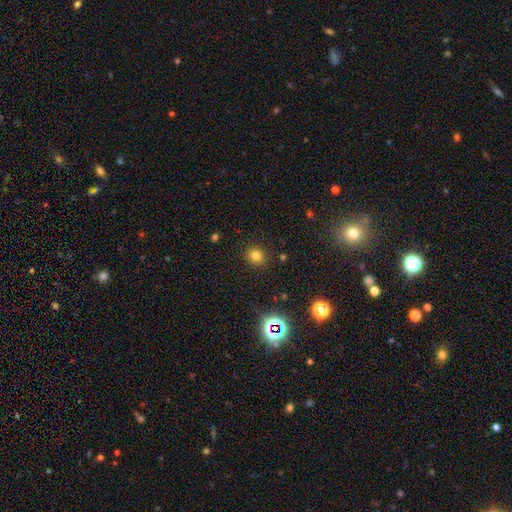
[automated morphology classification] A smooth galaxy with no disk features (77%) that is round (83%).

Vote fractions:
- Smooth or featured? smooth: 77% / star or artifact: 17% / featured or disk: 6%
- How rounded? round: 83% / in between: 16% / cigar-shaped: 1%
- Merging? none: 89% / minor disturbance: 7% / major disturbance: 3% / merger: 2%